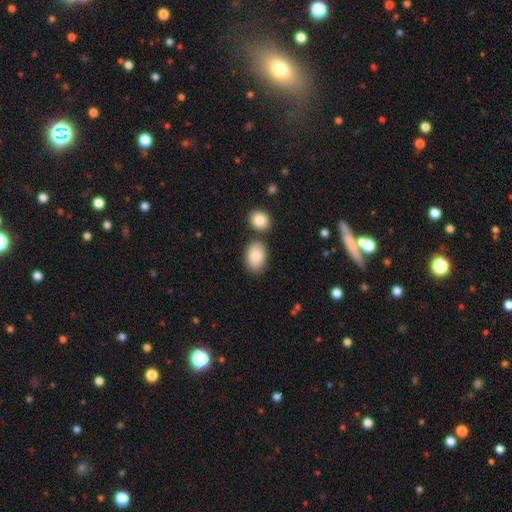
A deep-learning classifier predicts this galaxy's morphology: Smooth or featured? smooth (86%)
How rounded? in between (87%)
Merging? none (70%)